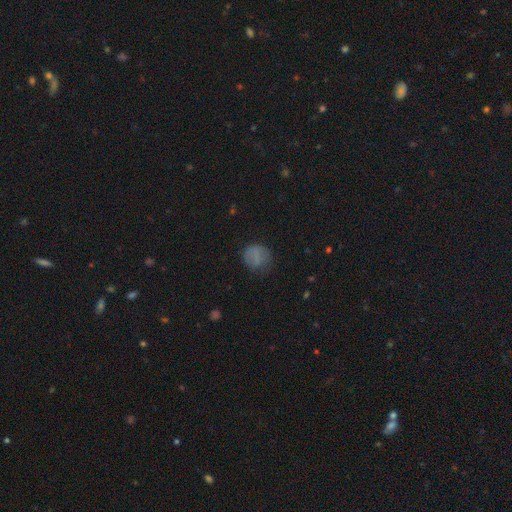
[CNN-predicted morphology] Q: Smooth or featured?
A: smooth (74%); runner-up: featured or disk (14%)
Q: How rounded?
A: round (79%); runner-up: in between (20%)
Q: Merging?
A: none (63%); runner-up: minor disturbance (24%)